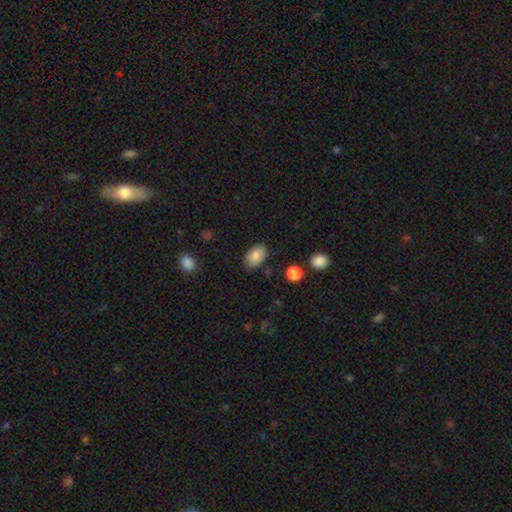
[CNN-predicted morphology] This appears to be a smooth galaxy with no disk features (85%) that is in between round and cigar-shaped (91%). Merging: none (82%).